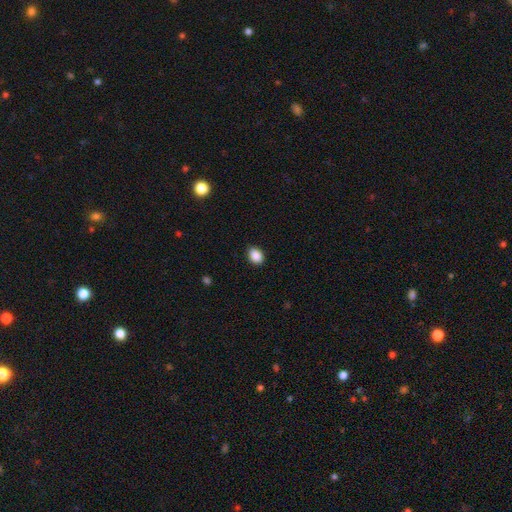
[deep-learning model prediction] Smooth or featured: smooth — 89% (star or artifact — 8%)
How rounded: in between — 68% (round — 31%)
Merging: none — 88% (minor disturbance — 9%)